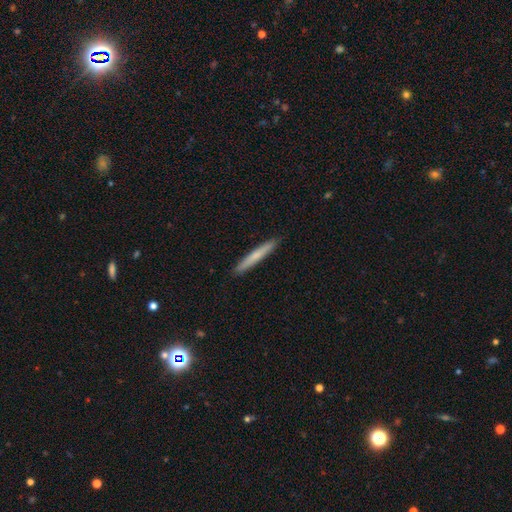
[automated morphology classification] smooth_or_featured: smooth (p=0.66) [alt: featured or disk p=0.29]
how_rounded: cigar-shaped (p=0.96) [alt: in between p=0.03]
merging: none (p=0.92) [alt: minor disturbance p=0.06]